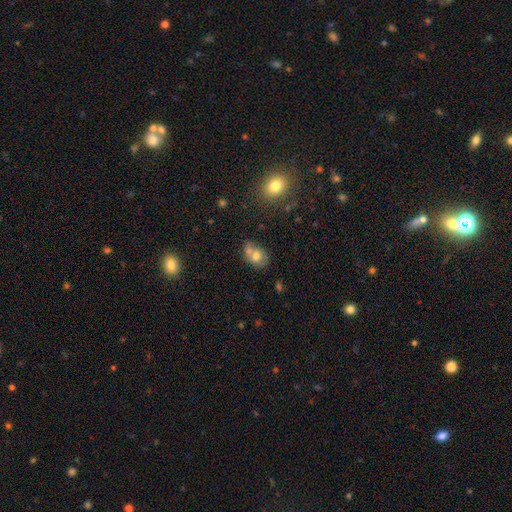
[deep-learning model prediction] Q: Smooth or featured?
A: smooth (69%); runner-up: featured or disk (21%)
Q: How rounded?
A: in between (59%); runner-up: round (40%)
Q: Merging?
A: merger (46%); runner-up: none (34%)